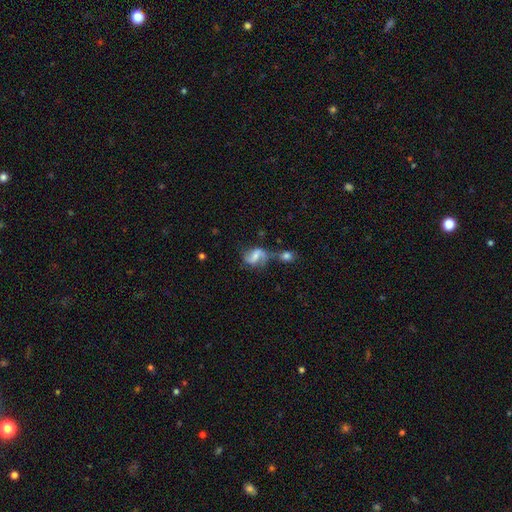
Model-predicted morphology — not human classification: Smooth or featured? featured or disk (69%)
Edge-on disk? no (97%)
Bar? weak (46%)
Spiral arms? yes (88%)
Spiral winding? loose (52%)
Spiral arm count? 2 (85%)
Bulge size? small (39%)
Merging? none (42%)